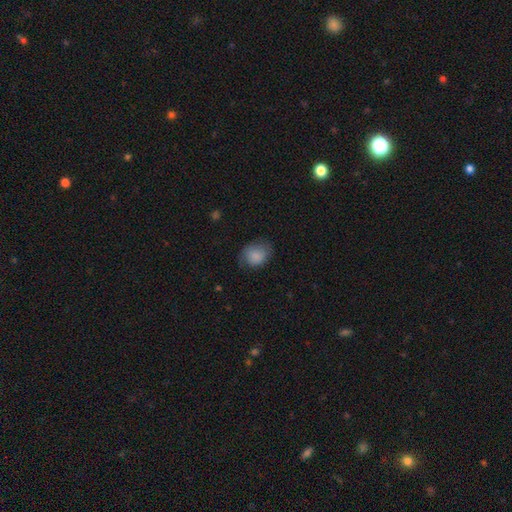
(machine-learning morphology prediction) smooth_or_featured: smooth (p=0.84) [alt: featured or disk p=0.09]
how_rounded: round (p=0.52) [alt: in between p=0.47]
merging: none (p=0.63) [alt: minor disturbance p=0.27]